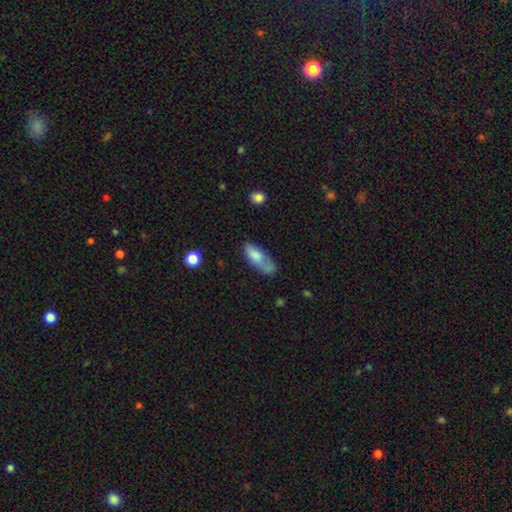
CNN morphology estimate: smooth-or-featured: smooth: 70% | featured or disk: 22% | star or artifact: 8%
  how-rounded: in between: 70% | cigar-shaped: 27% | round: 3%
  merging: none: 40% | minor disturbance: 29% | major disturbance: 17% | merger: 14%